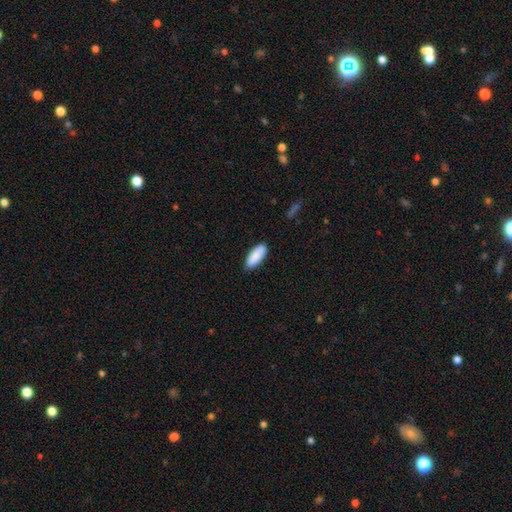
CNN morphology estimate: A smooth galaxy with no disk features (88%) that is in between round and cigar-shaped (79%). Merging: none (82%).